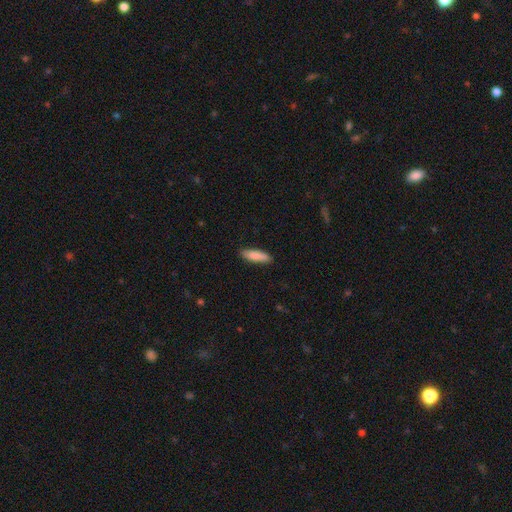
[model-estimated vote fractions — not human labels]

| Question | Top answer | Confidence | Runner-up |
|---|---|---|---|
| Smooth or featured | smooth | 87% | featured or disk (8%) |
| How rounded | cigar-shaped | 62% | in between (36%) |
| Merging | none | 87% | minor disturbance (10%) |